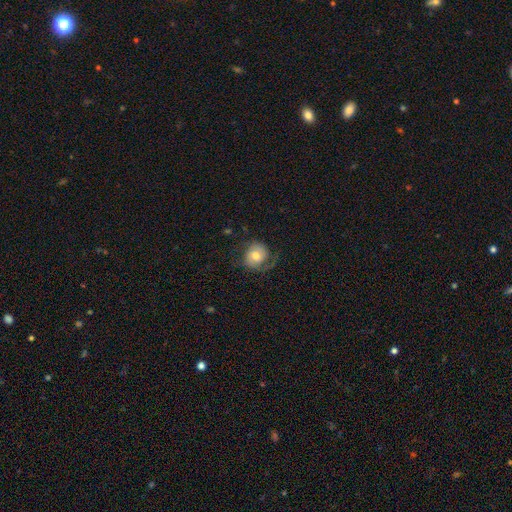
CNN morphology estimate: Q: Smooth or featured?
A: smooth (46%); tied with: featured or disk (46%)
Q: Merging?
A: none (57%); runner-up: minor disturbance (21%)